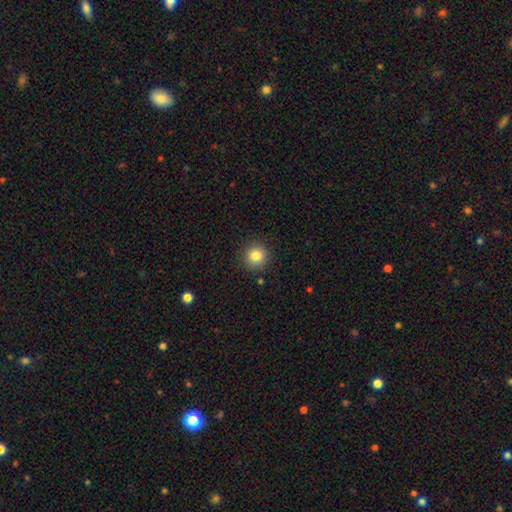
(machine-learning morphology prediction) smooth_or_featured: smooth (p=0.84) [alt: star or artifact p=0.11]
how_rounded: round (p=0.94) [alt: in between p=0.05]
merging: none (p=0.89) [alt: minor disturbance p=0.07]